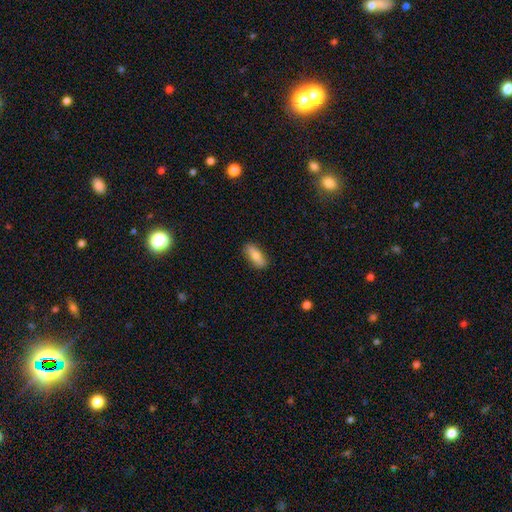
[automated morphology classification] Q: Smooth or featured?
A: smooth (77%); runner-up: featured or disk (17%)
Q: How rounded?
A: in between (66%); runner-up: cigar-shaped (31%)
Q: Merging?
A: none (86%); runner-up: minor disturbance (10%)